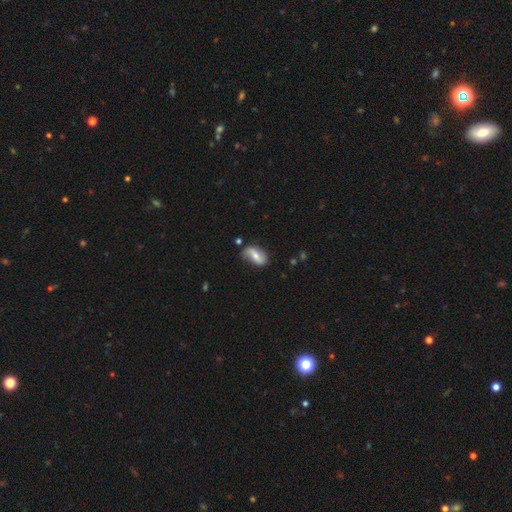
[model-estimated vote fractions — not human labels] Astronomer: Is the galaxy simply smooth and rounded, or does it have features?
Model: featured or disk — 52% (runner-up: smooth, 41%).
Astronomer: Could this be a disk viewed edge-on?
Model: no — 93%.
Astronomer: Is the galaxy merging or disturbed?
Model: none — 65%.